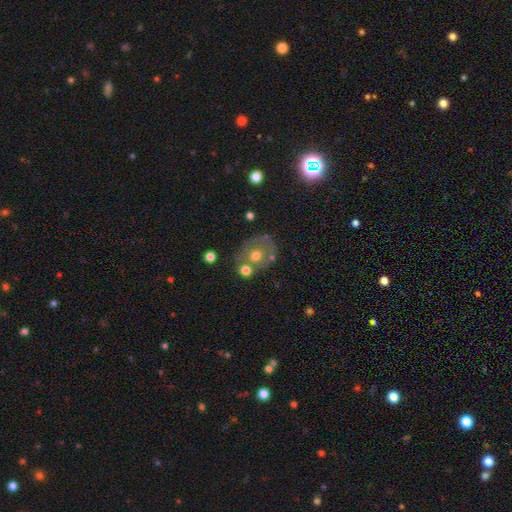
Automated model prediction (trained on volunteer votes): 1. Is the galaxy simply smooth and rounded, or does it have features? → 51% smooth, 39% featured or disk, 11% star or artifact.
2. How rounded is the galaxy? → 69% round, 30% in between, 1% cigar-shaped.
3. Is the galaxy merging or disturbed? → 57% none, 19% merger, 16% minor disturbance, 8% major disturbance.